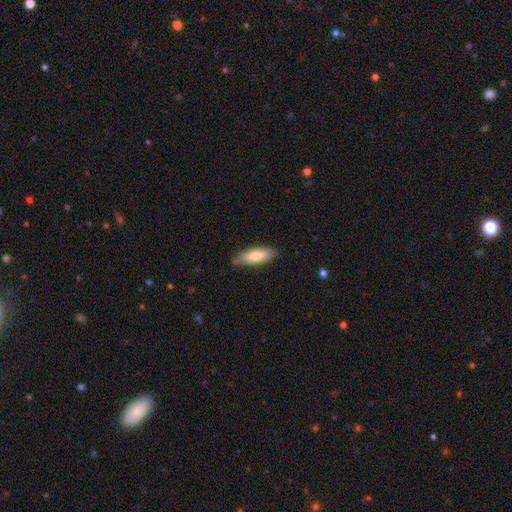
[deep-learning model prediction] Smooth or featured?
  - smooth: 77% *
  - featured or disk: 17%
  - star or artifact: 6%
How rounded?
  - in between: 64% *
  - cigar-shaped: 34%
  - round: 2%
Merging?
  - none: 75% *
  - minor disturbance: 20%
  - major disturbance: 3%
  - merger: 2%